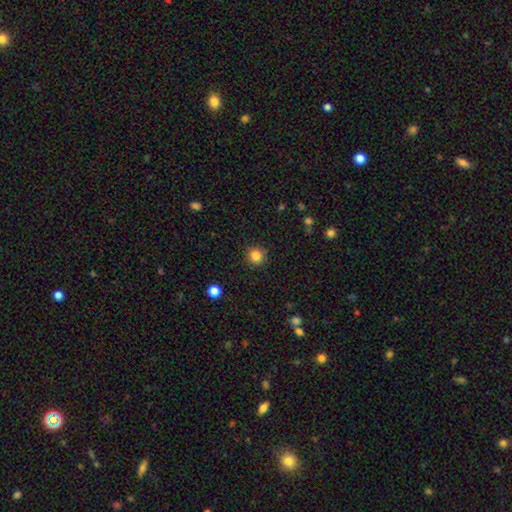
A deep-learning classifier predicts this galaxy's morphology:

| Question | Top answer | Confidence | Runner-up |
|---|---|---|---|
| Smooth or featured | smooth | 84% | star or artifact (11%) |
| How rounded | round | 93% | in between (6%) |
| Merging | none | 90% | minor disturbance (7%) |